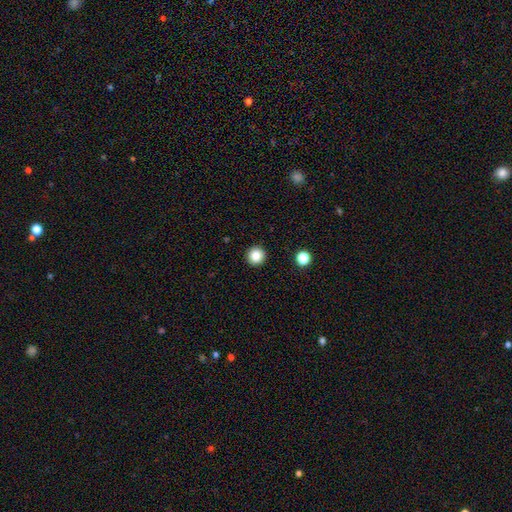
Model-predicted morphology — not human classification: A smooth galaxy with no disk features (85%) that is round (96%).

Vote fractions:
- Smooth or featured? smooth: 85% / star or artifact: 10% / featured or disk: 5%
- How rounded? round: 96% / in between: 3% / cigar-shaped: 1%
- Merging? none: 93% / minor disturbance: 4% / major disturbance: 1% / merger: 1%